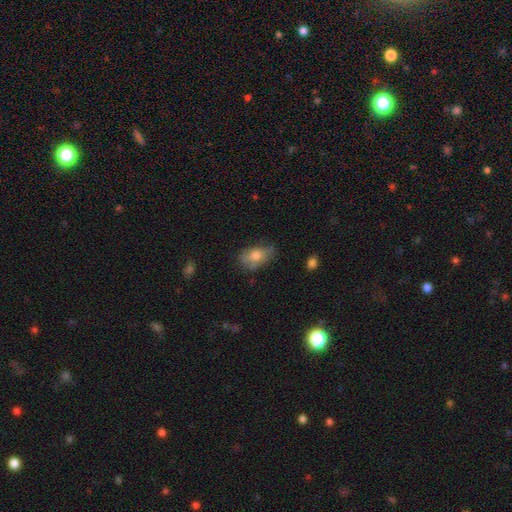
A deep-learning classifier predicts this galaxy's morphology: A smooth galaxy with no disk features (73%) that is in between round and cigar-shaped (89%).

Vote fractions:
- Smooth or featured? smooth: 73% / featured or disk: 19% / star or artifact: 8%
- How rounded? in between: 89% / round: 8% / cigar-shaped: 3%
- Merging? none: 57% / minor disturbance: 31% / major disturbance: 10% / merger: 2%